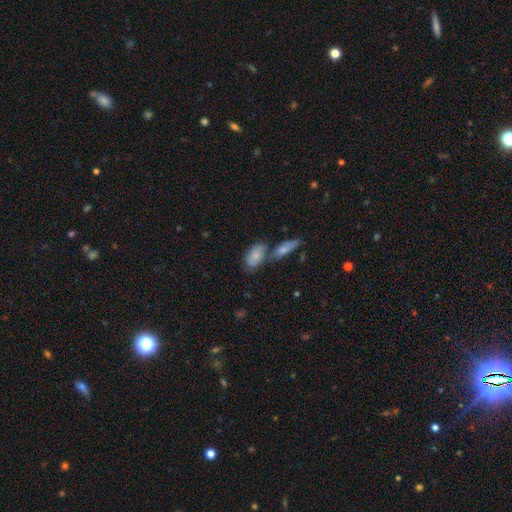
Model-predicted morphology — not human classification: smooth 77%, featured or disk 17%, star or artifact 6%. Down the decision tree: how rounded — in between (90%); merging — none (44%).